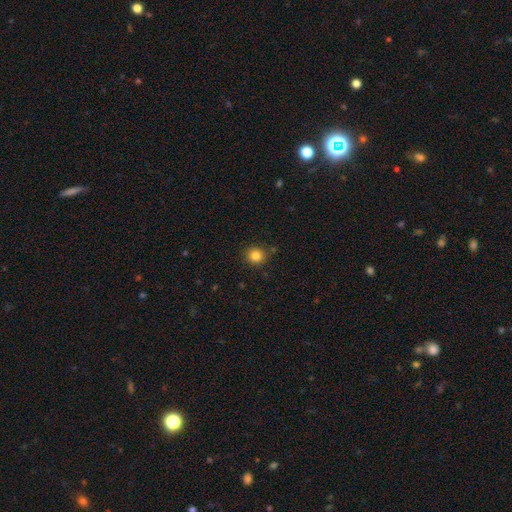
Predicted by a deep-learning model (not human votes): Smooth or featured: smooth — 83% (star or artifact — 12%)
How rounded: round — 90% (in between — 9%)
Merging: none — 88% (minor disturbance — 8%)